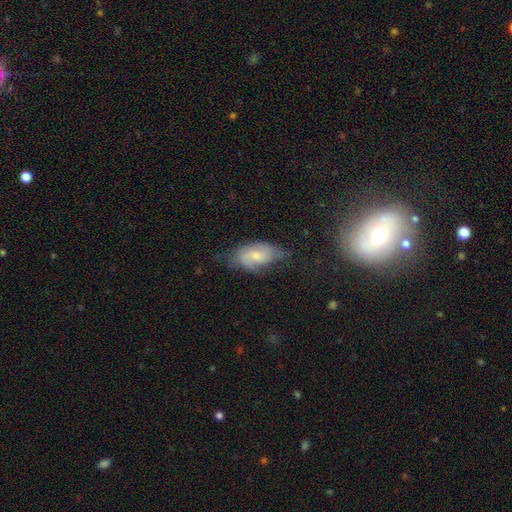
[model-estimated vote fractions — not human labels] Overall: featured or disk (49%; smooth 42%). Merging: none (53%; minor disturbance 32%).